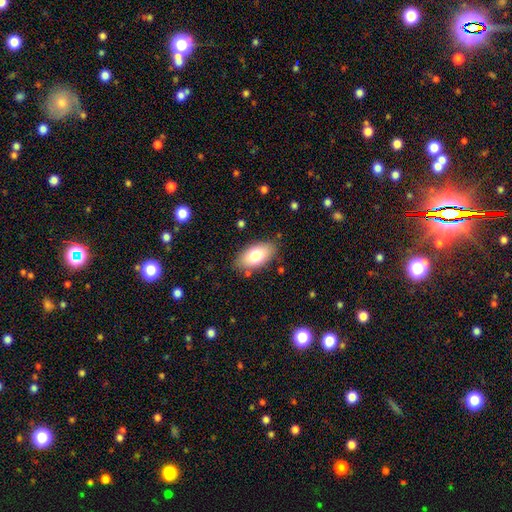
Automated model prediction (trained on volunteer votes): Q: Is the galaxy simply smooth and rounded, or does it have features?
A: smooth — 77%.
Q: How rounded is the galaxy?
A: in between — 94%.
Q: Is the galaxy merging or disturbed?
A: none — 83%.